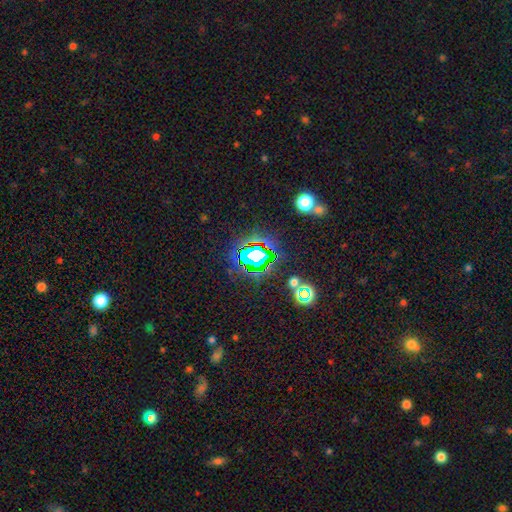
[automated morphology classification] smooth-or-featured: star or artifact: 70% | smooth: 17% | featured or disk: 13%